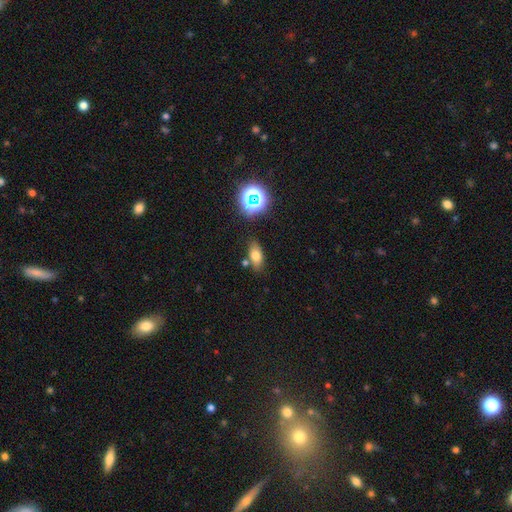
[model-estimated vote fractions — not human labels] A smooth galaxy with no disk features (71%) that is in between round and cigar-shaped (82%).

Vote fractions:
- Smooth or featured? smooth: 71% / star or artifact: 16% / featured or disk: 13%
- How rounded? in between: 82% / round: 11% / cigar-shaped: 7%
- Merging? none: 75% / minor disturbance: 13% / merger: 9% / major disturbance: 4%